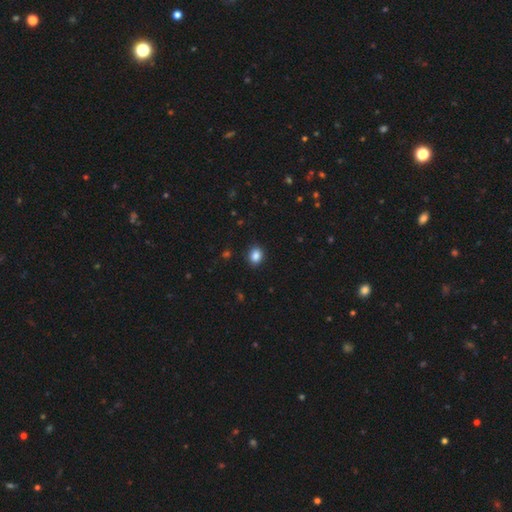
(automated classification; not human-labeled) Morphology: type=smooth (87%); roundness=round (56%); merging=none (89%).